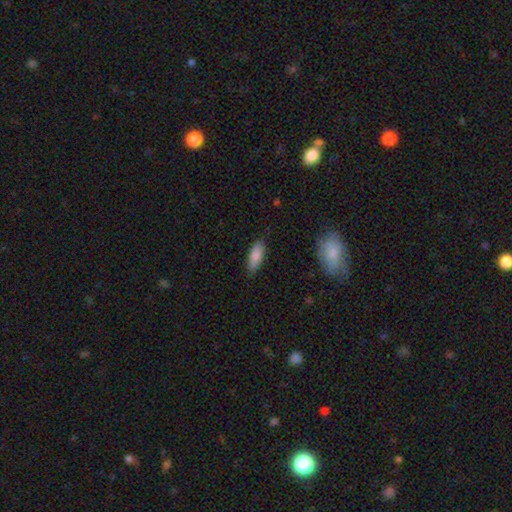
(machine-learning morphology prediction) This is clearly a smooth galaxy (85%). How rounded: likely in between (73%). Merging: clearly none (82%).